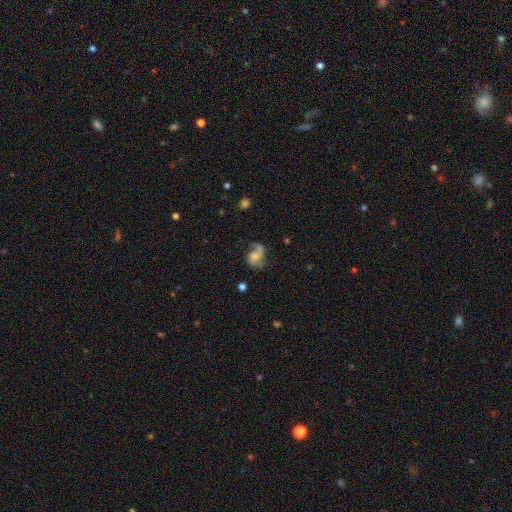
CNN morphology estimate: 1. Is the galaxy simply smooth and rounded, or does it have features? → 66% featured or disk, 24% smooth, 9% star or artifact.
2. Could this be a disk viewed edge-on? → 98% no, 2% yes.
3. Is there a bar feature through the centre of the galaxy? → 64% no, 30% weak, 6% strong.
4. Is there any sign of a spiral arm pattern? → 88% yes, 12% no.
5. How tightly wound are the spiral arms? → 50% loose, 38% medium, 12% tight.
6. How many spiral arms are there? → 66% 2, 26% 1, 5% can't tell, 1% 3, 1% 4, 1% more than 4.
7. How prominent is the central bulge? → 32% small, 31% none, 26% moderate, 9% large, 2% dominant.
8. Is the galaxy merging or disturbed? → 44% none, 27% major disturbance, 22% minor disturbance, 7% merger.